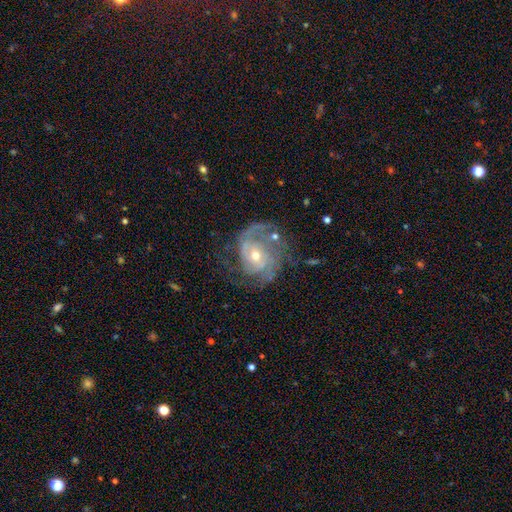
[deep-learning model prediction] Morphology: type=featured or disk (86%); edge-on=no (98%); bar=no (62%); spiral arms=yes (94%); winding=tight (45%); arm count=2 (38%); bulge=small (51%); merging=none (60%).